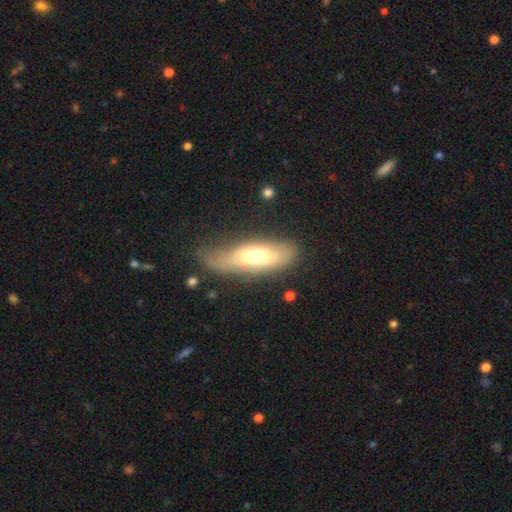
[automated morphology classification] type=smooth (51%); roundness=in between (62%); merging=none (55%).